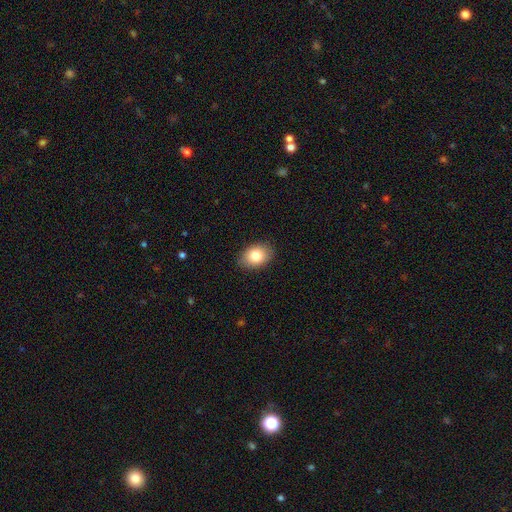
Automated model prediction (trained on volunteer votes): A smooth galaxy with no disk features (84%) that is in between round and cigar-shaped (79%). Merging: none (86%).